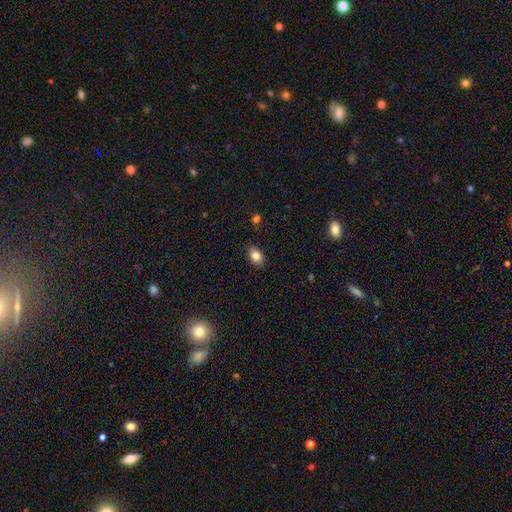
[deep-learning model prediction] smooth-or-featured: smooth: 83% | star or artifact: 9% | featured or disk: 8%
  how-rounded: in between: 82% | round: 17% | cigar-shaped: 1%
  merging: none: 88% | minor disturbance: 9% | major disturbance: 2% | merger: 1%